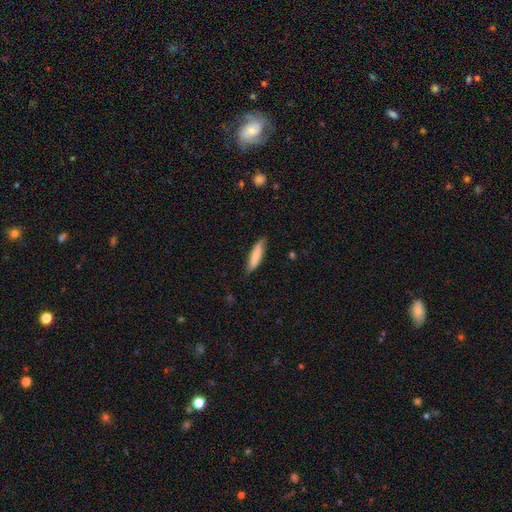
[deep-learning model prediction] Smooth or featured? smooth (71%)
How rounded? cigar-shaped (74%)
Merging? none (78%)